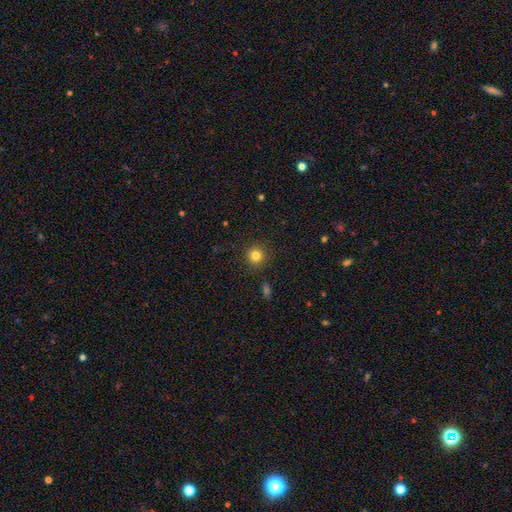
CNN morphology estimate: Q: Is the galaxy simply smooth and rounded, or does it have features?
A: smooth — 82%.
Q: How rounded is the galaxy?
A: round — 94%.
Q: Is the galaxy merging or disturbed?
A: none — 91%.